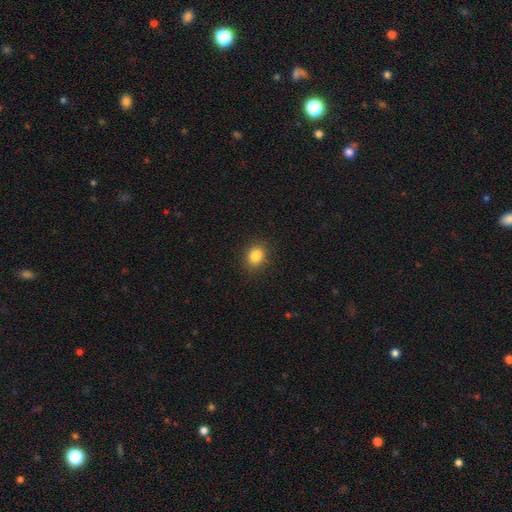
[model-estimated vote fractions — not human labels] smooth 85%, star or artifact 10%, featured or disk 5%. Down the decision tree: how rounded — in between (52%); merging — none (87%).